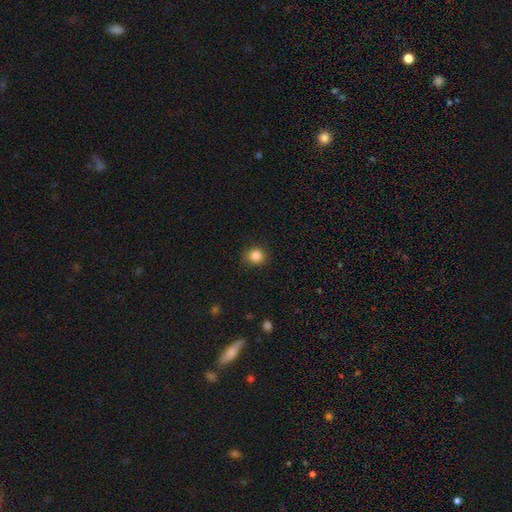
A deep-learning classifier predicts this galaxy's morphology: Smooth or featured?
  - smooth: 85% *
  - star or artifact: 11%
  - featured or disk: 4%
How rounded?
  - round: 88% *
  - in between: 11%
  - cigar-shaped: 1%
Merging?
  - none: 85% *
  - minor disturbance: 12%
  - major disturbance: 3%
  - merger: 1%